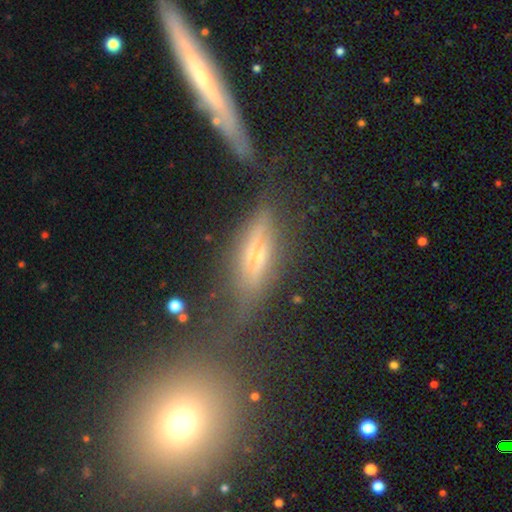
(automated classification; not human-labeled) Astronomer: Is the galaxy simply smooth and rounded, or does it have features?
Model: featured or disk — 60%.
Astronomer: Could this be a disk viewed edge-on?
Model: yes — 79%.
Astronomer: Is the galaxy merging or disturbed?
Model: none — 53%.